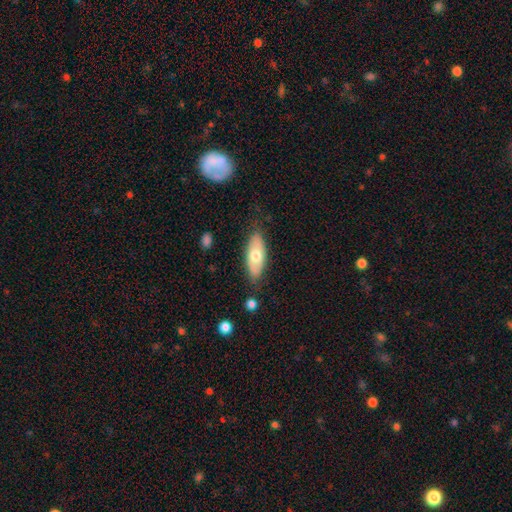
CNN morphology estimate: A smooth galaxy with no disk features (64%) that is in between round and cigar-shaped (78%).

Vote fractions:
- Smooth or featured? smooth: 64% / featured or disk: 30% / star or artifact: 6%
- How rounded? in between: 78% / cigar-shaped: 20% / round: 2%
- Merging? none: 80% / minor disturbance: 15% / major disturbance: 3% / merger: 2%